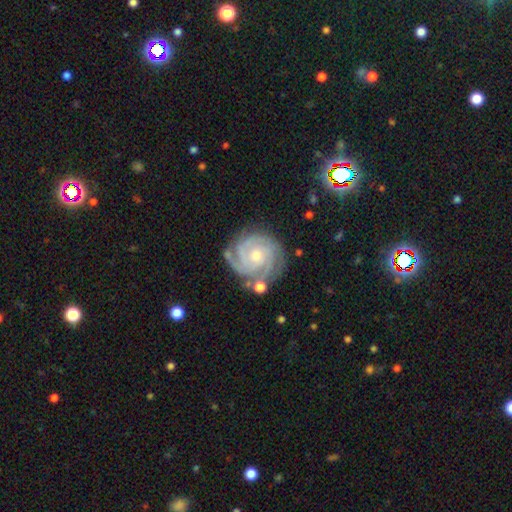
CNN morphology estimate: Overall: featured or disk (89%). Edge-on disk: no (98%). Bar: no (71%). Spiral arms: yes (98%). Spiral arm count: 3 (40%; 4 27%). Spiral winding: tight (78%). Bulge size: small (55%; moderate 41%). Merging: none (75%).